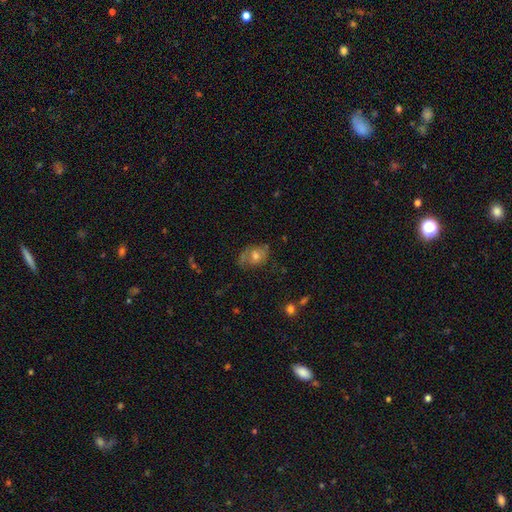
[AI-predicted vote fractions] Smooth or featured: featured or disk — 43% (tied with smooth — 43%)
Merging: none — 58% (minor disturbance — 25%)